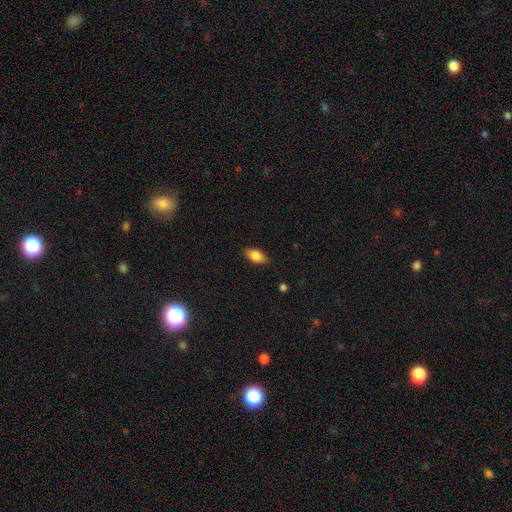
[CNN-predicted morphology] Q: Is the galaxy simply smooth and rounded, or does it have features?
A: smooth — 81%.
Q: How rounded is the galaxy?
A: in between — 89%.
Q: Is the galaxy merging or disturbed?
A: none — 84%.